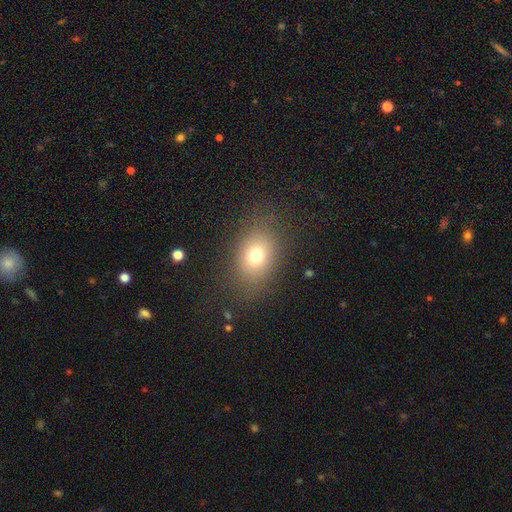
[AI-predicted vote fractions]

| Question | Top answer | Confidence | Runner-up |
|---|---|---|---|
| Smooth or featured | smooth | 73% | star or artifact (14%) |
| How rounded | in between | 66% | round (33%) |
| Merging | none | 80% | minor disturbance (12%) |